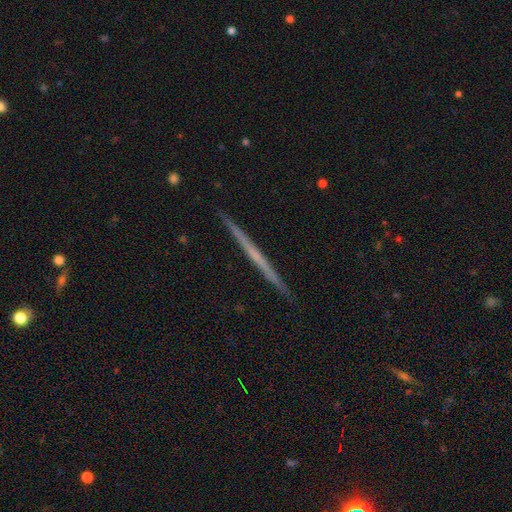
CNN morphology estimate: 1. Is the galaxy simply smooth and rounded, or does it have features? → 63% featured or disk, 31% smooth, 6% star or artifact.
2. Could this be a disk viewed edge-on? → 98% yes, 2% no.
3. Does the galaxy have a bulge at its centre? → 89% none, 8% rounded, 3% boxy.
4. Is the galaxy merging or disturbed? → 93% none, 5% minor disturbance, 1% major disturbance, 1% merger.